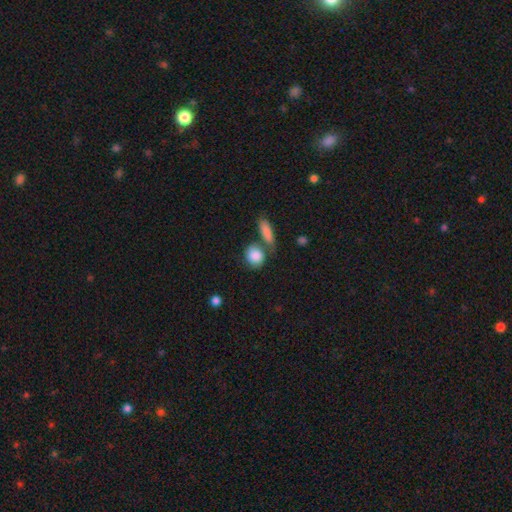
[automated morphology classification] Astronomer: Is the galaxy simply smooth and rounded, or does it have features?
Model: smooth — 86%.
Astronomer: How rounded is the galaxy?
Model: round — 62%.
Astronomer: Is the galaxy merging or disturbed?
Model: none — 52% (runner-up: merger, 29%).